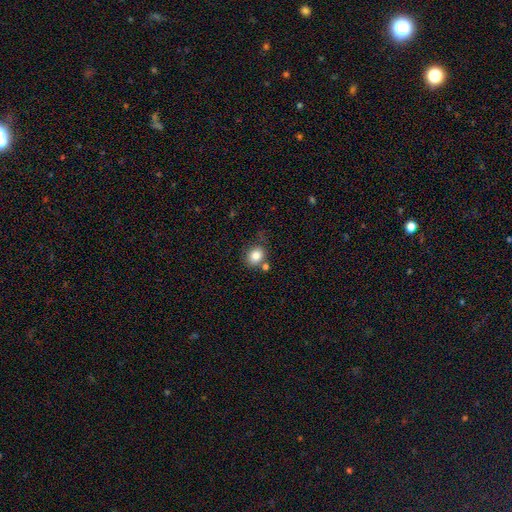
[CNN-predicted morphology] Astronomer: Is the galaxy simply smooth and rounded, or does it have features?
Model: smooth — 83%.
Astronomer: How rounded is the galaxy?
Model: round — 62% (runner-up: in between, 37%).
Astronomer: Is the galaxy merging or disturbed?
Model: none — 63%.